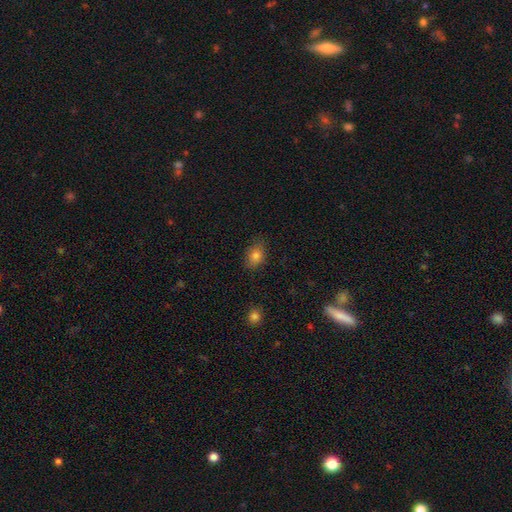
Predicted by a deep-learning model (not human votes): A smooth galaxy with no disk features (81%) that is in between round and cigar-shaped (74%).

Vote fractions:
- Smooth or featured? smooth: 81% / star or artifact: 10% / featured or disk: 9%
- How rounded? in between: 74% / round: 25% / cigar-shaped: 2%
- Merging? none: 79% / minor disturbance: 16% / major disturbance: 3% / merger: 1%